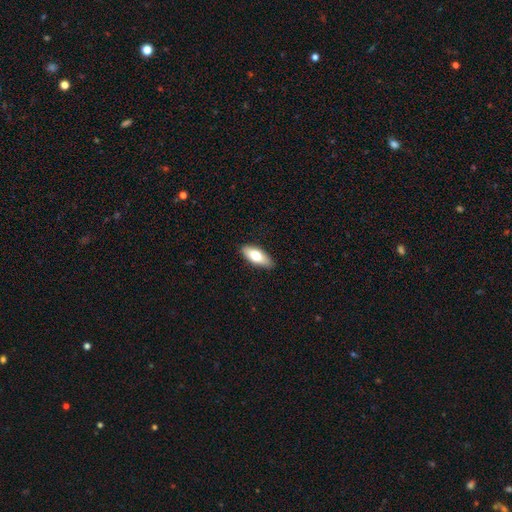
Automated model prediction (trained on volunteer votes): Smooth or featured: smooth — 69% (featured or disk — 25%)
How rounded: in between — 78% (cigar-shaped — 19%)
Merging: none — 88% (minor disturbance — 10%)